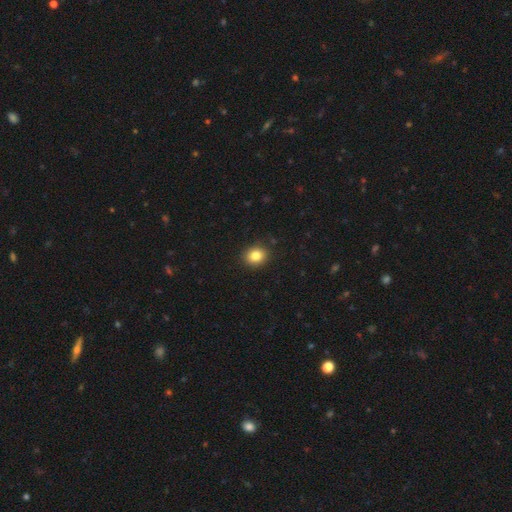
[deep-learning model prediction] Overall: smooth (83%). How rounded: round (70%). Merging: none (90%).